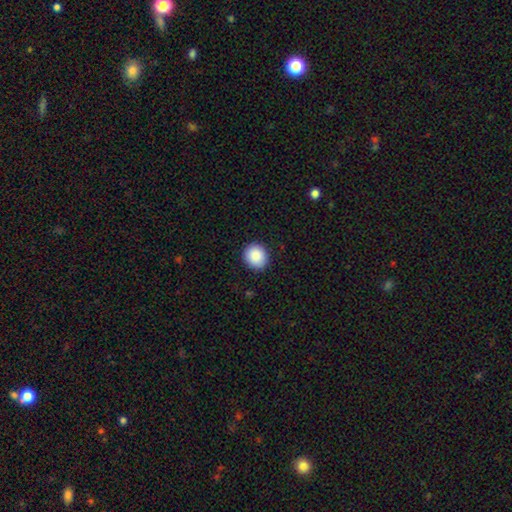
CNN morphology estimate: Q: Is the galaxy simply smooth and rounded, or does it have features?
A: smooth — 89%.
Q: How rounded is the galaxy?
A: round — 81%.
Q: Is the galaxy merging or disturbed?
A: none — 90%.